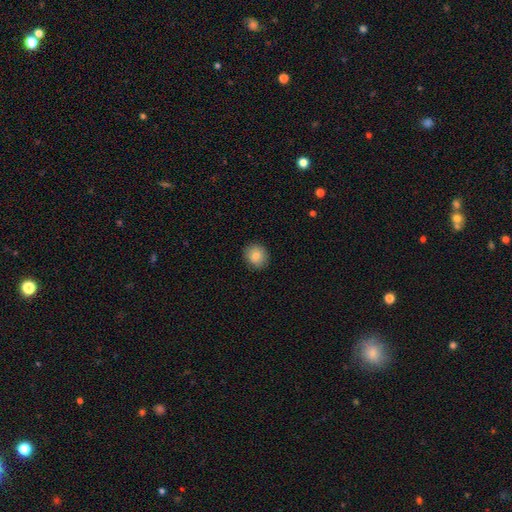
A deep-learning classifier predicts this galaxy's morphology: Q: Smooth or featured?
A: smooth (81%); runner-up: featured or disk (10%)
Q: How rounded?
A: round (82%); runner-up: in between (17%)
Q: Merging?
A: none (90%); runner-up: minor disturbance (7%)